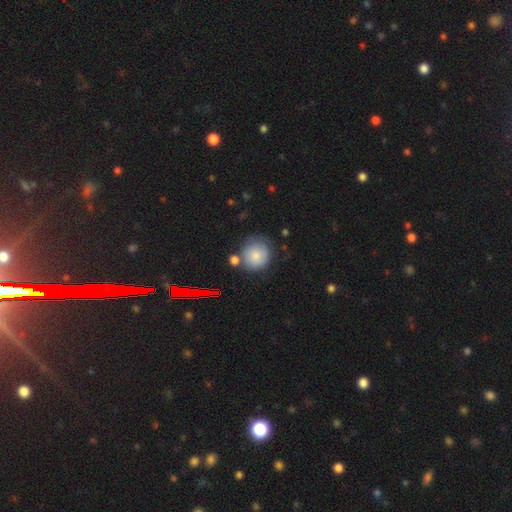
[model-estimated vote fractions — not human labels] The model was most divided on "merging": none: 65%, minor disturbance: 18%, merger: 11%, major disturbance: 6%. More confident: how rounded — round (87%); smooth or featured — smooth (80%).